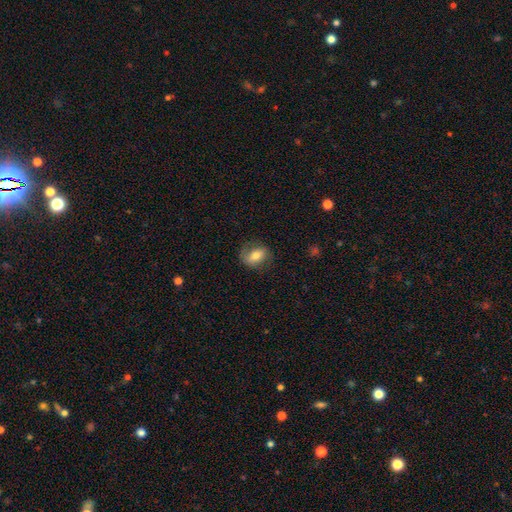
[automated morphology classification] smooth 66%, featured or disk 26%, star or artifact 8%. Down the decision tree: how rounded — in between (69%); merging — none (72%).